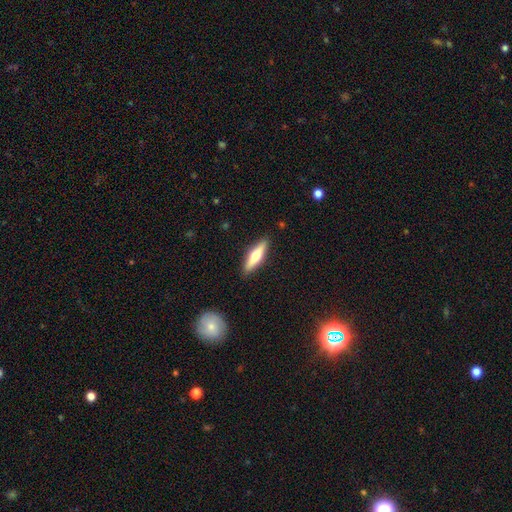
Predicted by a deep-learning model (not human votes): This is possibly a smooth galaxy (51%). How rounded: likely cigar-shaped (70%). Merging: clearly none (89%).